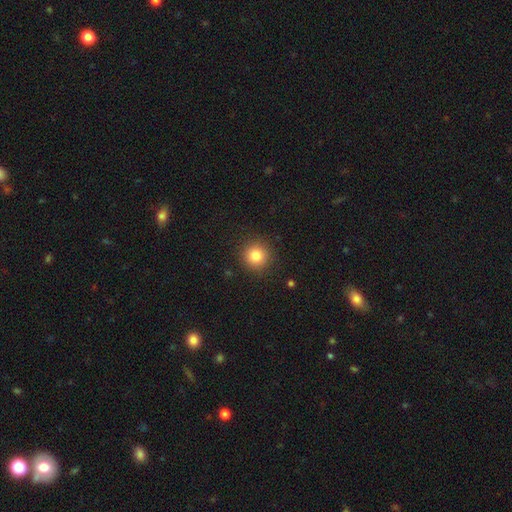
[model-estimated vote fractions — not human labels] smooth_or_featured: smooth (p=0.83) [alt: star or artifact p=0.11]
how_rounded: round (p=0.94) [alt: in between p=0.05]
merging: none (p=0.91) [alt: minor disturbance p=0.06]